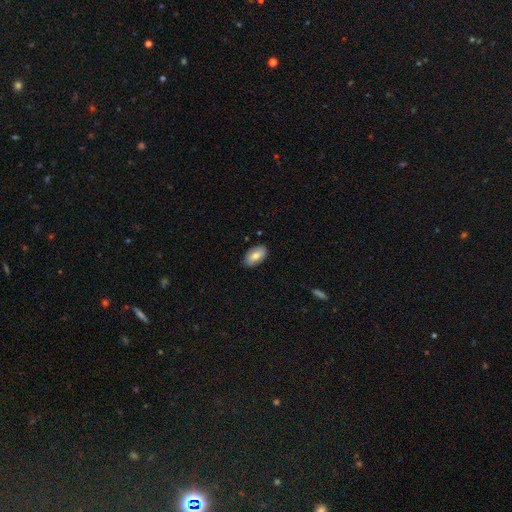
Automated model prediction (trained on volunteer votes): Overall: smooth (77%). How rounded: in between (94%). Merging: none (87%).